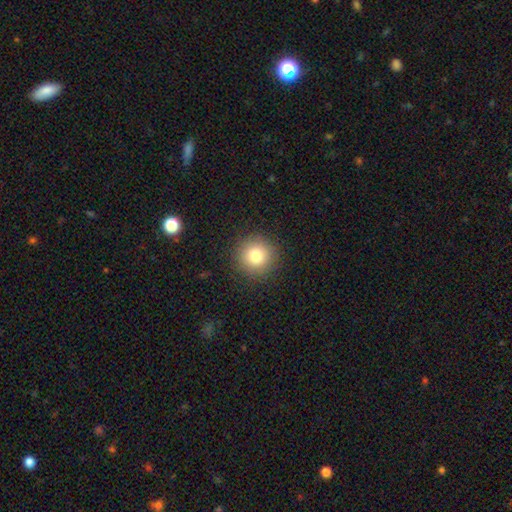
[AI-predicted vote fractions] Smooth or featured? smooth (82%)
How rounded? round (95%)
Merging? none (90%)